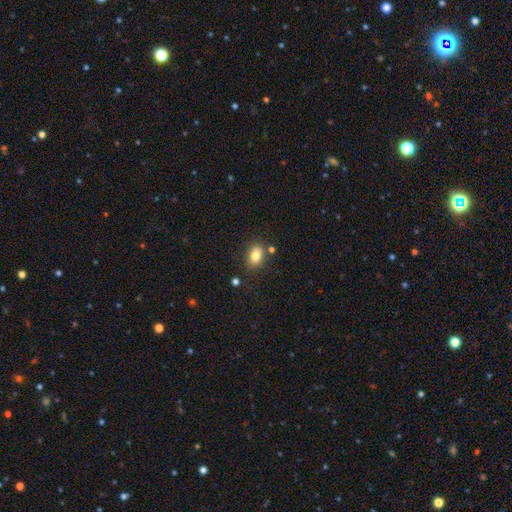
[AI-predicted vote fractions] Smooth or featured: smooth — 80% (featured or disk — 10%)
How rounded: in between — 75% (round — 23%)
Merging: none — 75% (minor disturbance — 14%)